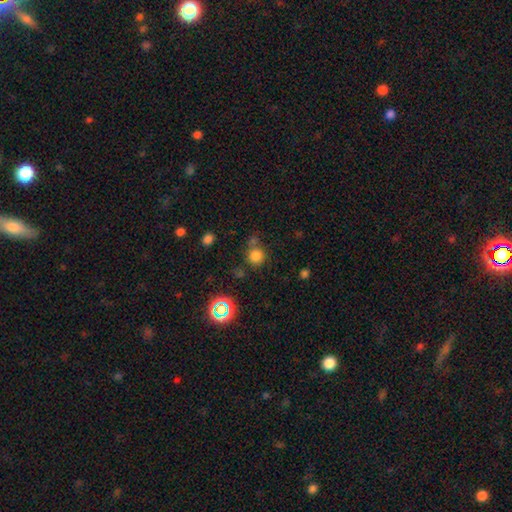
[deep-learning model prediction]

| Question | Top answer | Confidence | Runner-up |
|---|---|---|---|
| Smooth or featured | smooth | 75% | star or artifact (19%) |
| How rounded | round | 92% | in between (7%) |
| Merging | none | 67% | merger (17%) |